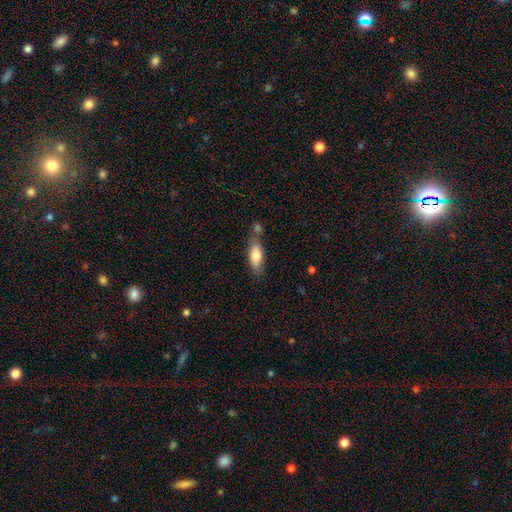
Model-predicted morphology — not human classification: Smooth or featured?
  - smooth: 77% *
  - featured or disk: 17%
  - star or artifact: 6%
How rounded?
  - in between: 71% *
  - cigar-shaped: 27%
  - round: 2%
Merging?
  - none: 59% *
  - merger: 19%
  - minor disturbance: 17%
  - major disturbance: 4%